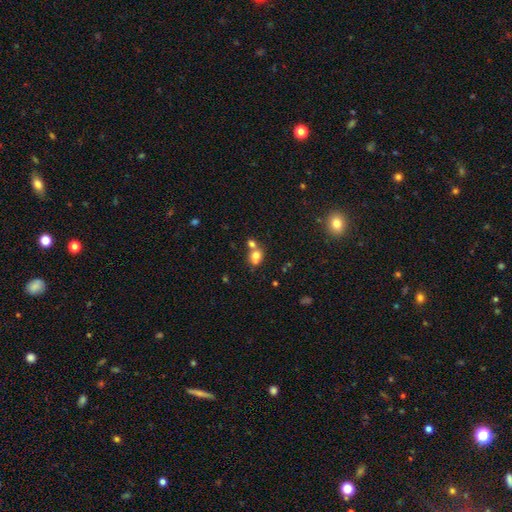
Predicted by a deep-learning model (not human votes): Smooth or featured? smooth (70%)
How rounded? round (66%)
Merging? merger (52%)